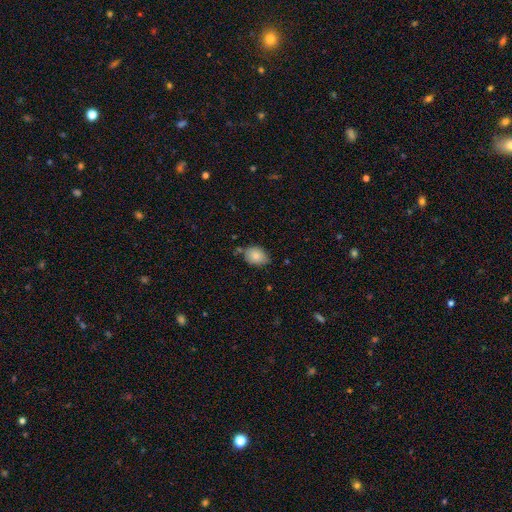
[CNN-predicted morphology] smooth 84%, featured or disk 8%, star or artifact 8%. Down the decision tree: how rounded — in between (73%); merging — none (69%).